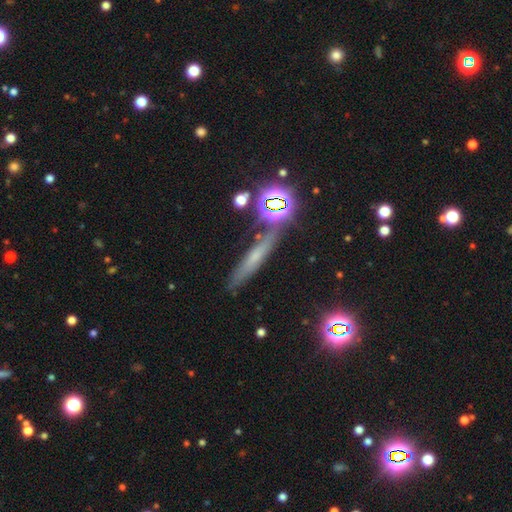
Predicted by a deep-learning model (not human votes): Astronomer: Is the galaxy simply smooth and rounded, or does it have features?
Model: smooth — 41% (runner-up: featured or disk, 32%).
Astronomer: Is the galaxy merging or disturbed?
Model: none — 75%.